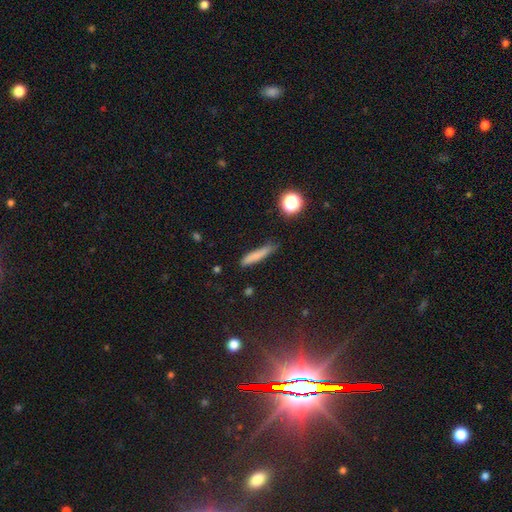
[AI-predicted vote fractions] Smooth or featured?
  - smooth: 77% *
  - featured or disk: 13%
  - star or artifact: 10%
How rounded?
  - cigar-shaped: 87% *
  - in between: 10%
  - round: 3%
Merging?
  - none: 69% *
  - minor disturbance: 24%
  - major disturbance: 5%
  - merger: 3%